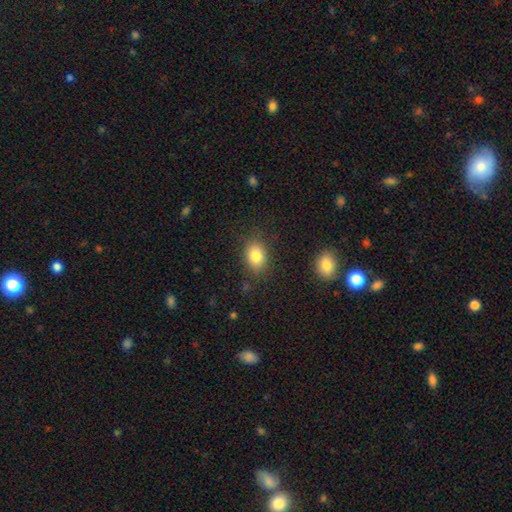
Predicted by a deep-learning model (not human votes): The model was most divided on "how rounded": in between: 71%, round: 28%, cigar-shaped: 1%. More confident: smooth or featured — smooth (83%); merging — none (82%).